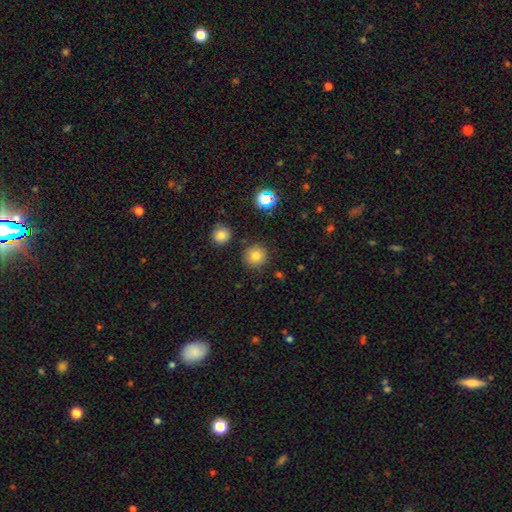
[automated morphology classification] smooth-or-featured: smooth: 78% | star or artifact: 15% | featured or disk: 7%
  how-rounded: round: 94% | in between: 5% | cigar-shaped: 1%
  merging: none: 87% | minor disturbance: 7% | merger: 3% | major disturbance: 3%